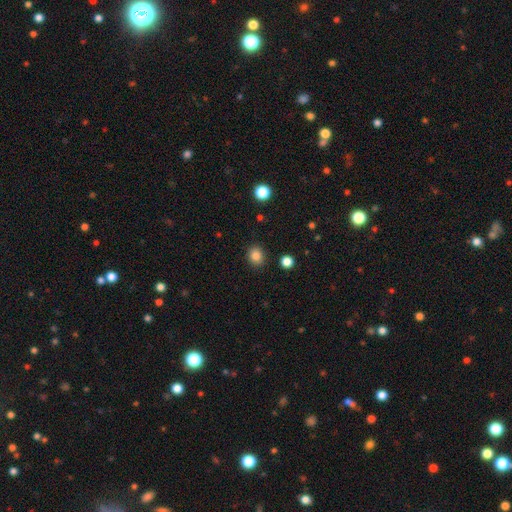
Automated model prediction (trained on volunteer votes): Smooth or featured?
  - smooth: 85% *
  - star or artifact: 11%
  - featured or disk: 4%
How rounded?
  - round: 73% *
  - in between: 26%
  - cigar-shaped: 1%
Merging?
  - none: 89% *
  - minor disturbance: 7%
  - major disturbance: 2%
  - merger: 2%